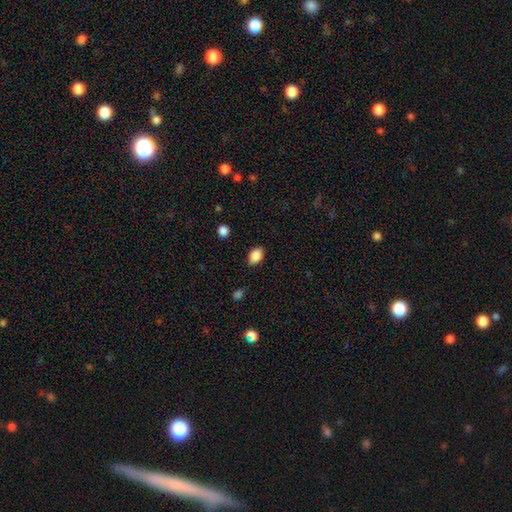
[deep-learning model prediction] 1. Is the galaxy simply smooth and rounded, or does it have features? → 88% smooth, 8% star or artifact, 4% featured or disk.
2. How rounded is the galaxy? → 85% in between, 13% round, 1% cigar-shaped.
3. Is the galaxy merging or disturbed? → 85% none, 11% minor disturbance, 3% major disturbance, 1% merger.